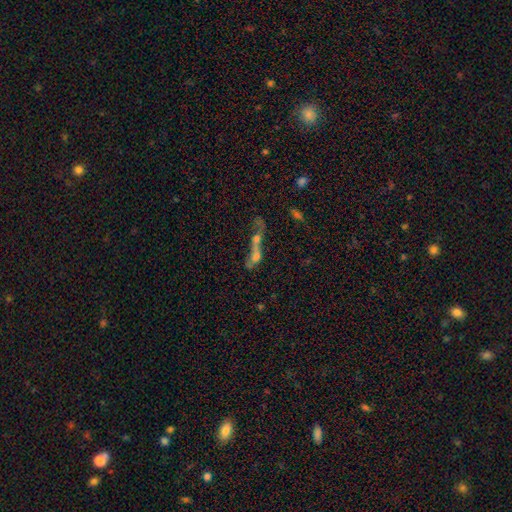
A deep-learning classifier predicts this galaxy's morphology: Smooth or featured? Predicted: smooth (p=0.43). Merging? Predicted: merger (p=0.70).